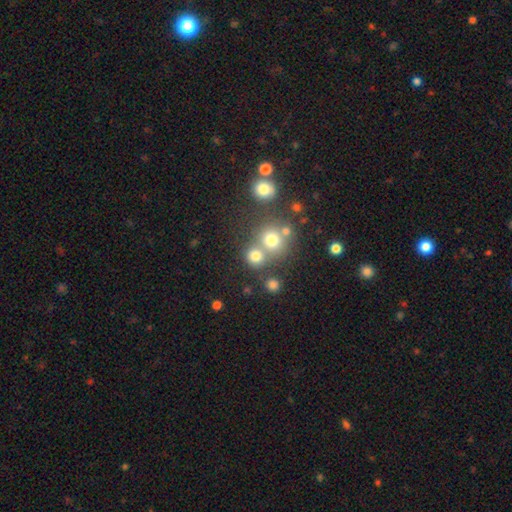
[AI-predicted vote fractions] smooth-or-featured: smooth: 75% | star or artifact: 16% | featured or disk: 9%
  how-rounded: round: 86% | in between: 13% | cigar-shaped: 1%
  merging: none: 58% | merger: 31% | minor disturbance: 7% | major disturbance: 4%